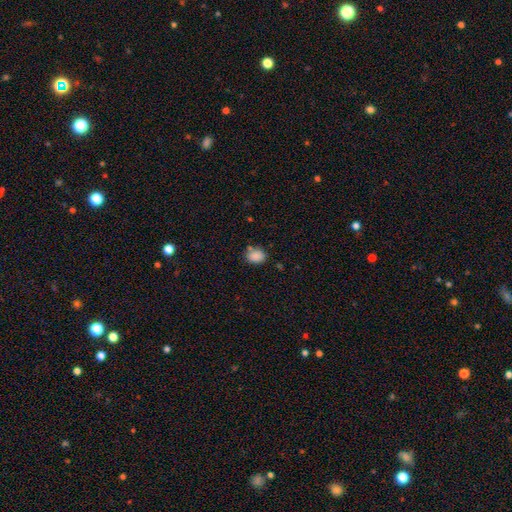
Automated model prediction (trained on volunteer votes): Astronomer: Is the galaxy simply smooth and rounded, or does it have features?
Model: smooth — 87%.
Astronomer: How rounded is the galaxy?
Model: in between — 64%.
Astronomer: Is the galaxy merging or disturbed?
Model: none — 73%.